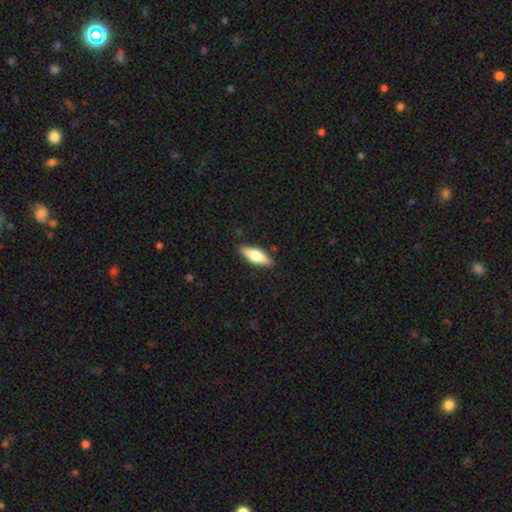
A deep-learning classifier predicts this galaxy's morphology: Smooth or featured? Predicted: smooth (p=0.63). How rounded? Predicted: in between (p=0.61). Merging? Predicted: none (p=0.87).